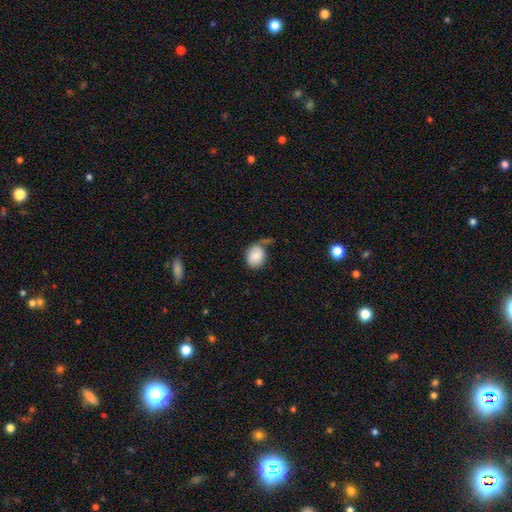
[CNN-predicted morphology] The model was most divided on "how rounded": round: 52%, in between: 48%, cigar-shaped: 1%. Remaining: smooth or featured — smooth (83%); merging — none (50%).